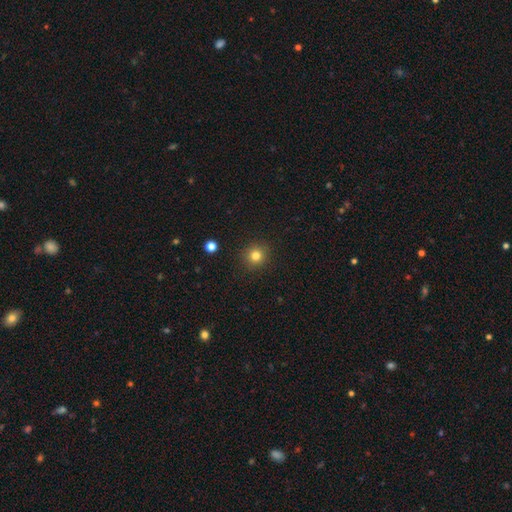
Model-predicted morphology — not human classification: smooth_or_featured: smooth (p=0.81) [alt: star or artifact p=0.13]
how_rounded: round (p=0.93) [alt: in between p=0.06]
merging: none (p=0.91) [alt: minor disturbance p=0.06]